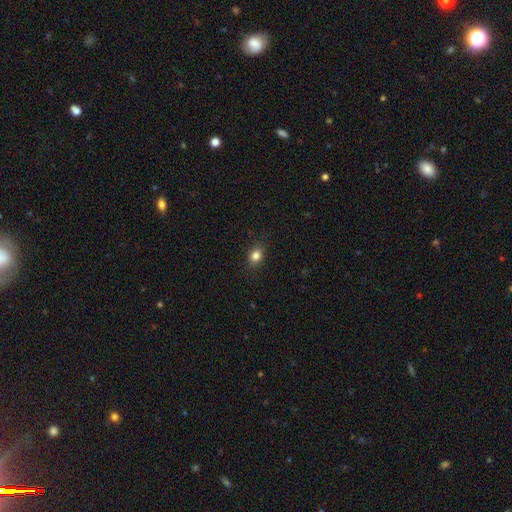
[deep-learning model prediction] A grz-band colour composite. It shows a smooth galaxy with no disk features (82%) that is round (52%). Merging: none (86%).